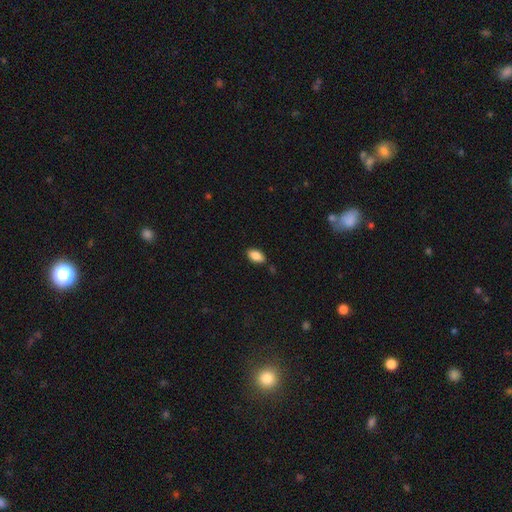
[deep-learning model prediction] Smooth or featured: smooth — 86% (star or artifact — 8%)
How rounded: in between — 93% (cigar-shaped — 4%)
Merging: none — 82% (minor disturbance — 13%)